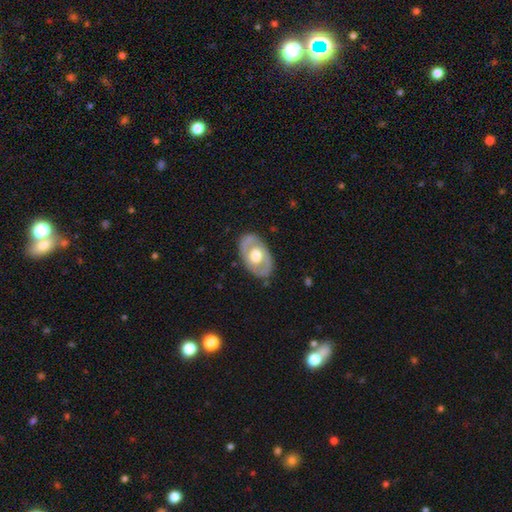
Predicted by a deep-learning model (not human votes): This appears to be a featured or disk galaxy (60%) with no bar (78%), no spiral arms (70%) and a moderate central bulge (54%). Merging: none (82%).